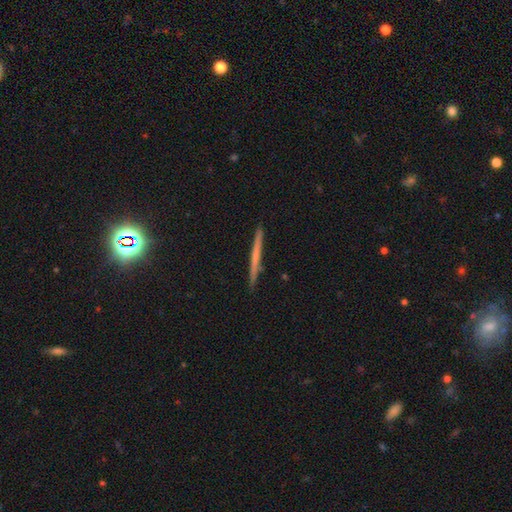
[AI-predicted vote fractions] Smooth or featured?
  - featured or disk: 48% *
  - smooth: 44%
  - star or artifact: 7%
Merging?
  - none: 91% *
  - minor disturbance: 6%
  - major disturbance: 1%
  - merger: 1%